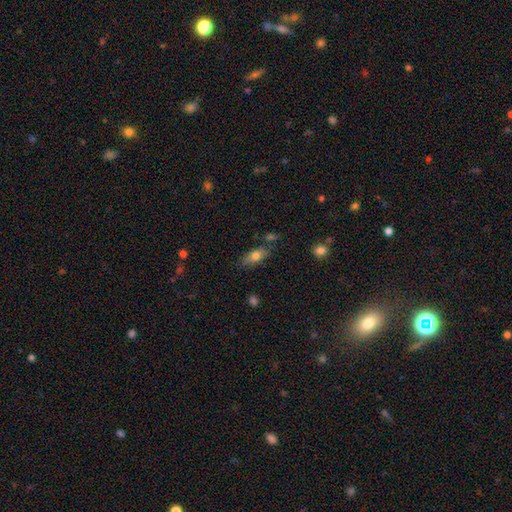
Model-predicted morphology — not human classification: Overall: smooth (74%). How rounded: in between (82%). Merging: none (70%).